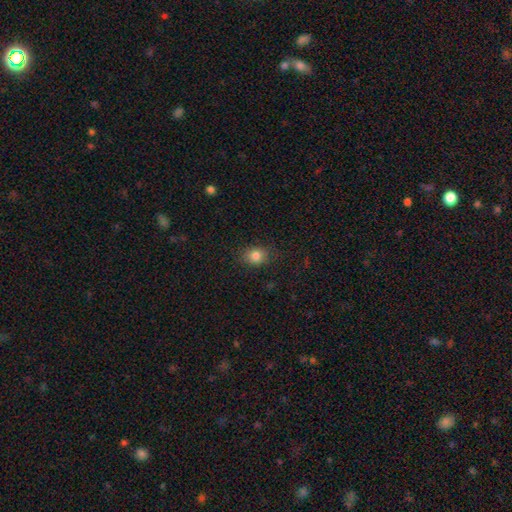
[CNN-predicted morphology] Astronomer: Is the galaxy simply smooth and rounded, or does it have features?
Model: smooth — 83%.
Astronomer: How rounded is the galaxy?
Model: round — 52% (runner-up: in between, 47%).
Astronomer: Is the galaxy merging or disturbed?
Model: none — 83%.